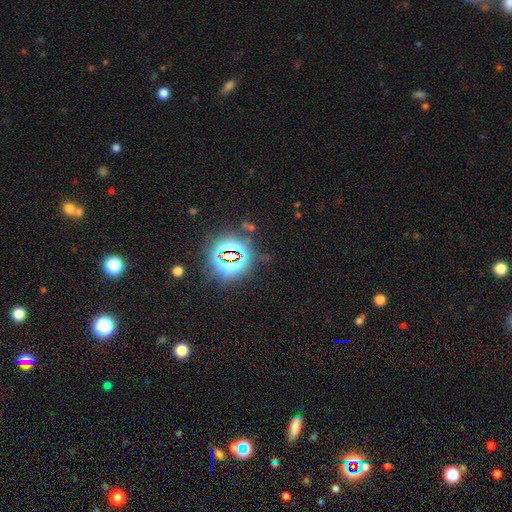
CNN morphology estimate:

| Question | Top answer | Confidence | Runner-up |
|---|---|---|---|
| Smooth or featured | star or artifact | 80% | smooth (12%) |